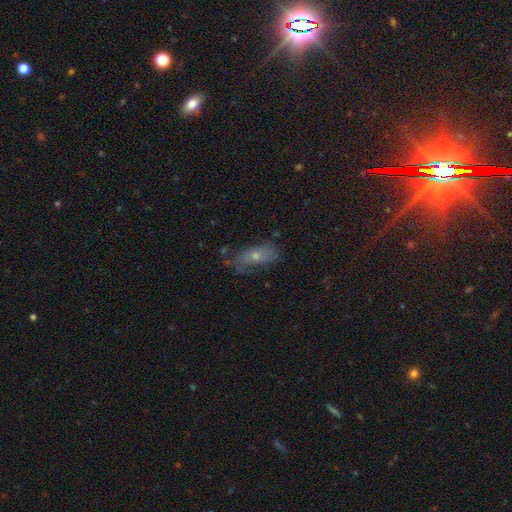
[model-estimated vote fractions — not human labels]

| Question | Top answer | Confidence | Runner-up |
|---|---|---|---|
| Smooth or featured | smooth | 47% | featured or disk (36%) |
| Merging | none | 57% | minor disturbance (26%) |